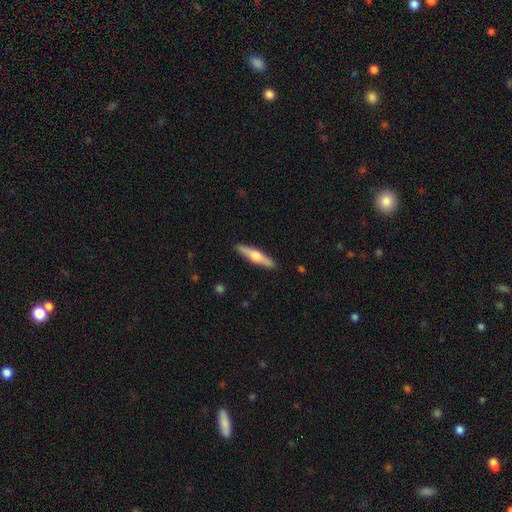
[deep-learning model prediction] featured or disk 57%, smooth 38%, star or artifact 5%. Down the decision tree: edge-on disk — yes (96%); edge-on bulge — rounded (93%); merging — none (90%).